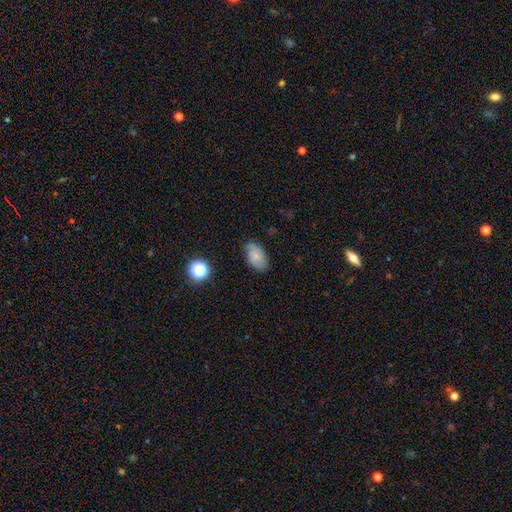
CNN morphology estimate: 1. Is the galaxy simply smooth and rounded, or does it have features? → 61% smooth, 28% featured or disk, 10% star or artifact.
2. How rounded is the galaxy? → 90% in between, 9% round, 2% cigar-shaped.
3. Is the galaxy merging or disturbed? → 71% none, 22% minor disturbance, 5% major disturbance, 1% merger.